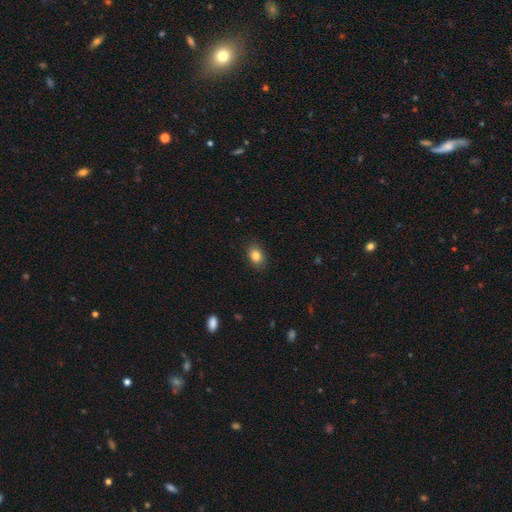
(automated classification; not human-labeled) smooth-or-featured: smooth: 84% | star or artifact: 9% | featured or disk: 7%
  how-rounded: in between: 73% | round: 26% | cigar-shaped: 1%
  merging: none: 87% | minor disturbance: 9% | major disturbance: 2% | merger: 1%